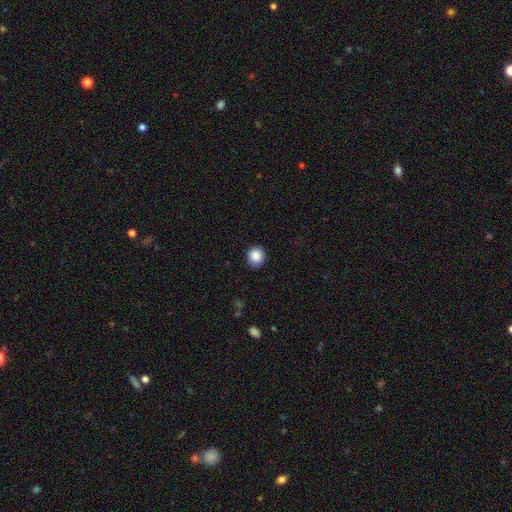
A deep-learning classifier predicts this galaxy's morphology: This appears to be a smooth galaxy with no disk features (88%) that is round (91%). Merging: none (91%).